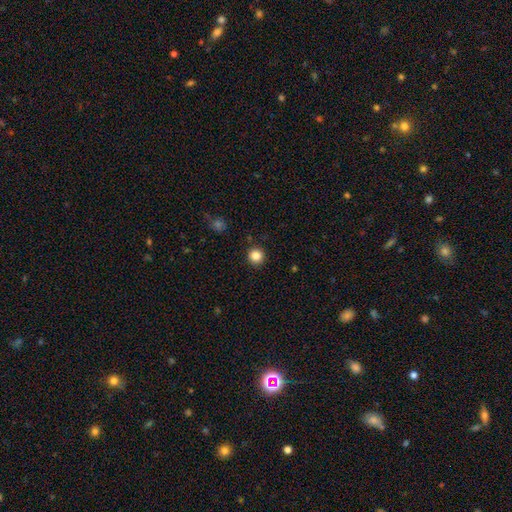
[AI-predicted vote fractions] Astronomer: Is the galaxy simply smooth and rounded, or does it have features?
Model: smooth — 85%.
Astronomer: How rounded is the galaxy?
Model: round — 94%.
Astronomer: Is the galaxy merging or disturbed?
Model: none — 92%.